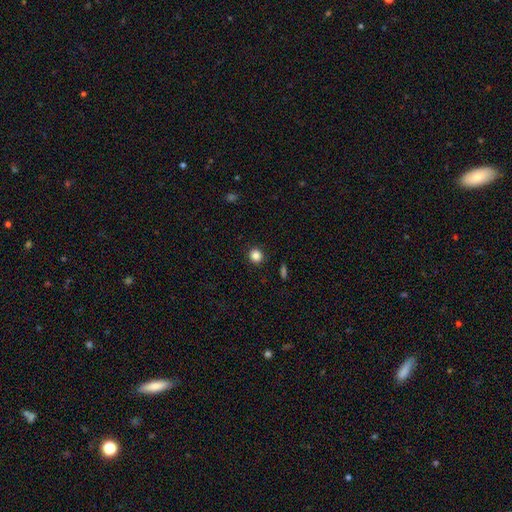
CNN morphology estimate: The model was most divided on "smooth or featured": smooth: 85%, star or artifact: 11%, featured or disk: 4%. More confident: merging — none (92%); how rounded — round (92%).